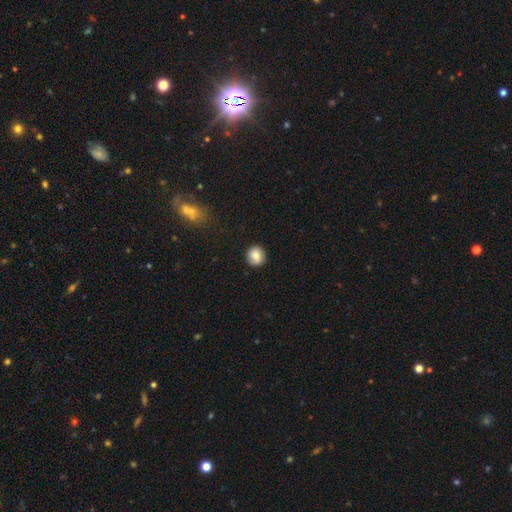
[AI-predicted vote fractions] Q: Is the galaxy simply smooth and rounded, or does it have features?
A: smooth — 83%.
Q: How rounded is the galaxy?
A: round — 82%.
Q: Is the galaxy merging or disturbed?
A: none — 87%.